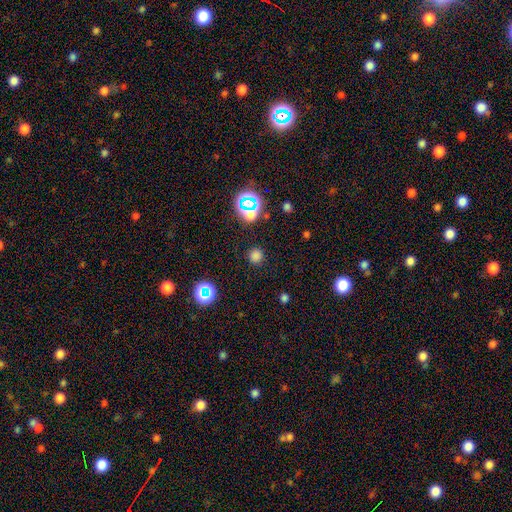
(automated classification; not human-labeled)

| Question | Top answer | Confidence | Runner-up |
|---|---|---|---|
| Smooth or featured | smooth | 72% | star or artifact (24%) |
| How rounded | round | 94% | in between (5%) |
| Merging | none | 89% | minor disturbance (6%) |